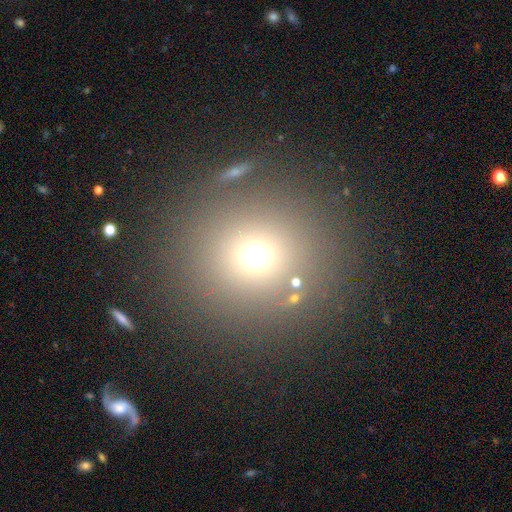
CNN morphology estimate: Smooth or featured? Predicted: smooth (p=0.66). How rounded? Predicted: round (p=0.89). Merging? Predicted: none (p=0.79).